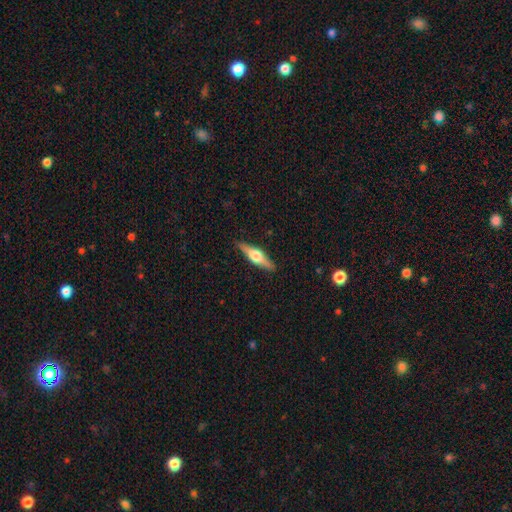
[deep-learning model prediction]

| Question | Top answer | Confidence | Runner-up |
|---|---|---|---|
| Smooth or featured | featured or disk | 63% | smooth (32%) |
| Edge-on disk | yes | 96% | no (4%) |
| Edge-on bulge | rounded | 93% | boxy (5%) |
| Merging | none | 89% | minor disturbance (8%) |